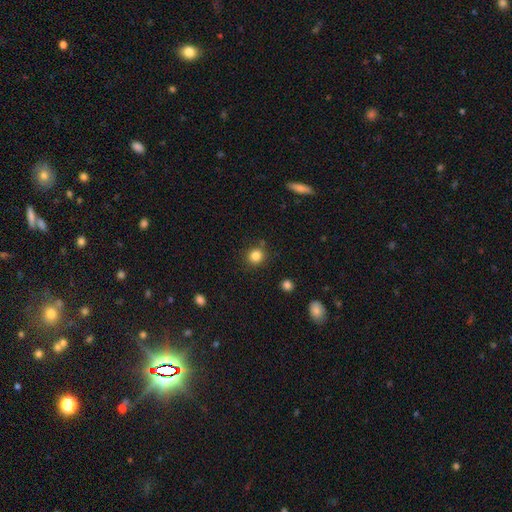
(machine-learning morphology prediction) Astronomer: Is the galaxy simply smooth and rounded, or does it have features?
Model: smooth — 84%.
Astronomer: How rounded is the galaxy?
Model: round — 89%.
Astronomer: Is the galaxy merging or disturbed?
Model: none — 84%.